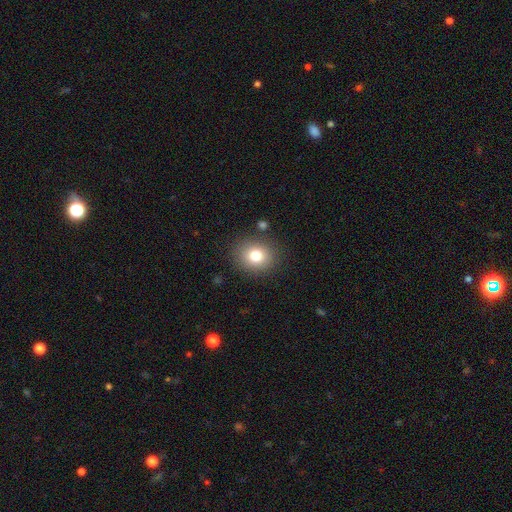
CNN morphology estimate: This appears to be a smooth galaxy with no disk features (78%) that is round (74%). Merging: none (86%).